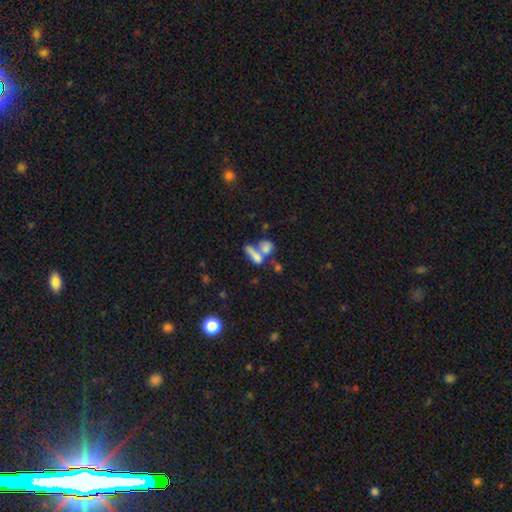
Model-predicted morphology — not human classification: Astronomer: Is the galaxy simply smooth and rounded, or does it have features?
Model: smooth — 71%.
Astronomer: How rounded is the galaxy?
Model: in between — 54% (runner-up: cigar-shaped, 31%).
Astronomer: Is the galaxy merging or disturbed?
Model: merger — 53% (runner-up: none, 30%).